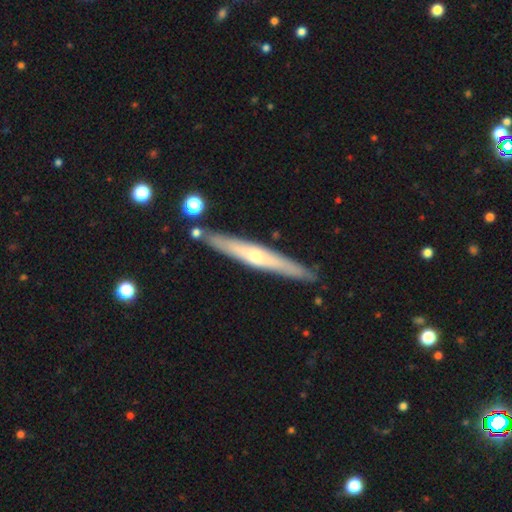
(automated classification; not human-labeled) This is likely a featured or disk galaxy (60%). It is clearly viewed edge-on (93%). Edge-on bulge: likely rounded (73%). Merging: clearly none (87%).